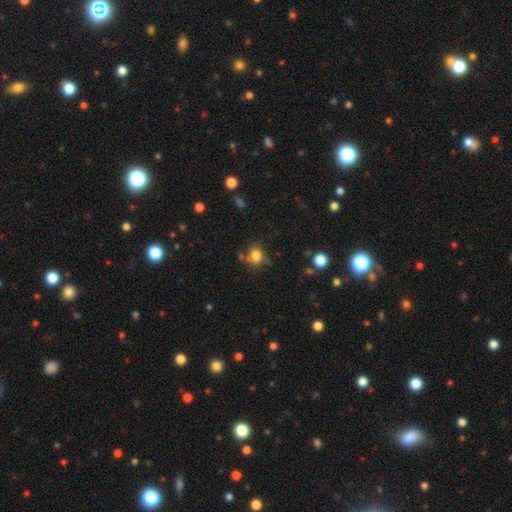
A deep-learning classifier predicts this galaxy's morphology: Overall: smooth (77%). How rounded: round (68%; in between 31%). Merging: none (60%; minor disturbance 21%).